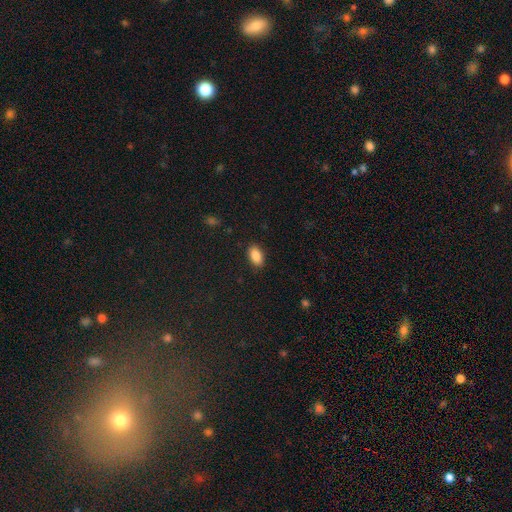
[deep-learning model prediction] Morphology: type=smooth (88%); roundness=in between (92%); merging=none (88%).